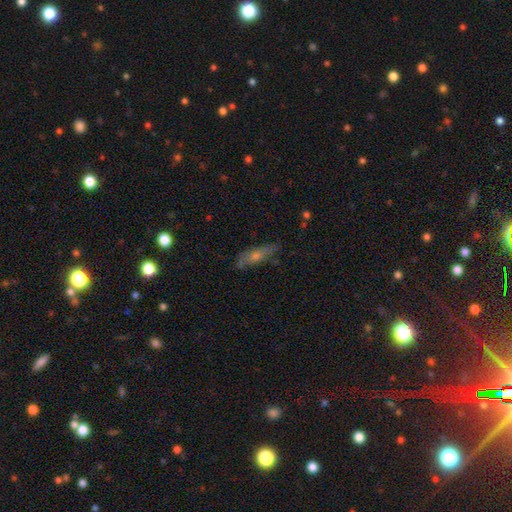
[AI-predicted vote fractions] Morphology: type=featured or disk (47%); merging=none (76%).